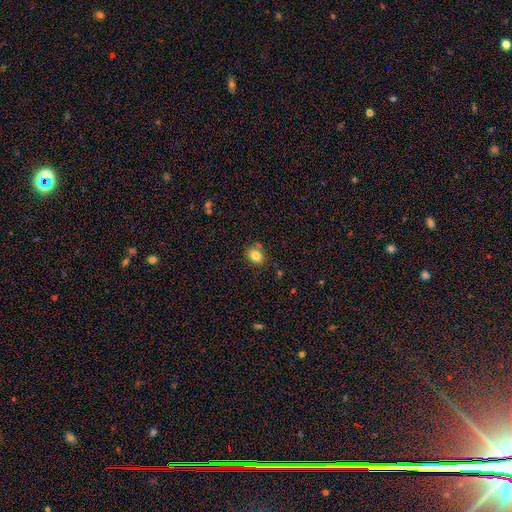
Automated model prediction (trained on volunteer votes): Smooth or featured?
  - smooth: 82% *
  - star or artifact: 11%
  - featured or disk: 8%
How rounded?
  - round: 55% *
  - in between: 44%
  - cigar-shaped: 1%
Merging?
  - none: 76% *
  - minor disturbance: 13%
  - merger: 7%
  - major disturbance: 3%